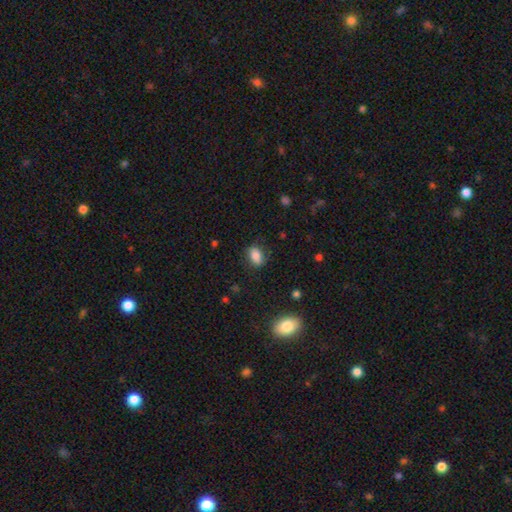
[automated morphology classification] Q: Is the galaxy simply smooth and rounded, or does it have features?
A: smooth — 81%.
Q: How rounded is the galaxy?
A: in between — 80%.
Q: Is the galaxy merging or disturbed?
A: none — 75%.